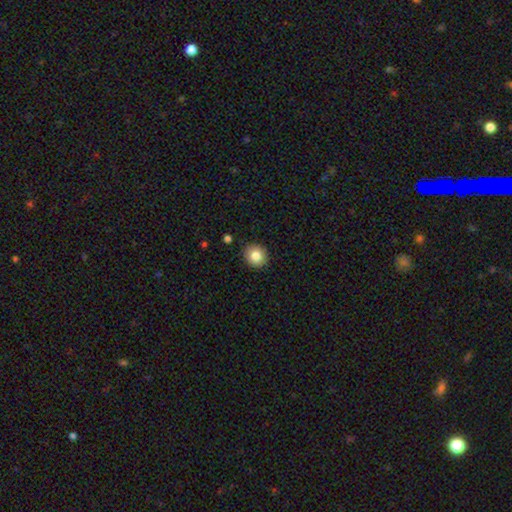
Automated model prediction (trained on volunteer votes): Smooth or featured?
  - smooth: 83% *
  - star or artifact: 9%
  - featured or disk: 8%
How rounded?
  - round: 87% *
  - in between: 12%
  - cigar-shaped: 1%
Merging?
  - none: 90% *
  - minor disturbance: 7%
  - major disturbance: 2%
  - merger: 1%